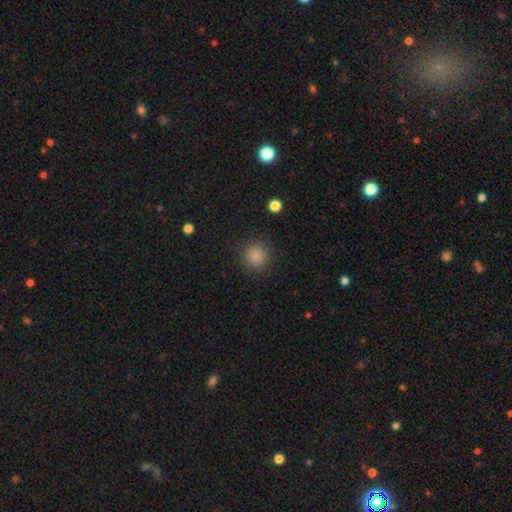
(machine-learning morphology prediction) A smooth galaxy with no disk features (86%) that is round (93%). Merging: none (89%).